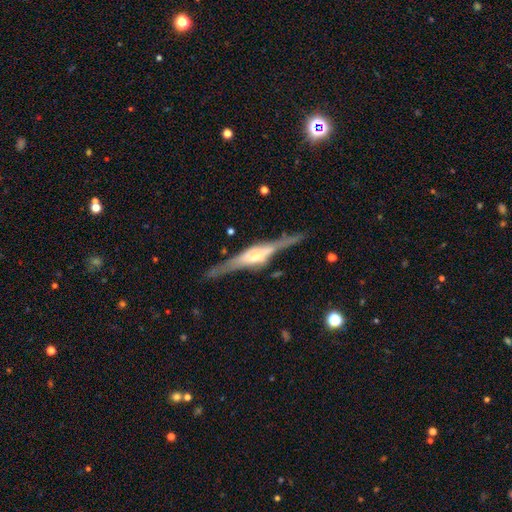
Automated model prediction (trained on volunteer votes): smooth_or_featured: featured or disk (p=0.82) [alt: smooth p=0.13]
disk_edge_on: yes (p=0.97) [alt: no p=0.03]
edge_on_bulge: rounded (p=0.73) [alt: boxy p=0.23]
merging: none (p=0.78) [alt: minor disturbance p=0.15]